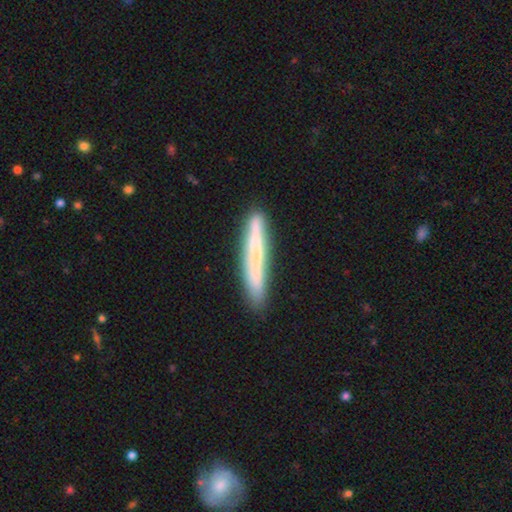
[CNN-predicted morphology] smooth_or_featured: smooth (p=0.48) [alt: featured or disk p=0.46]
merging: none (p=0.82) [alt: minor disturbance p=0.13]